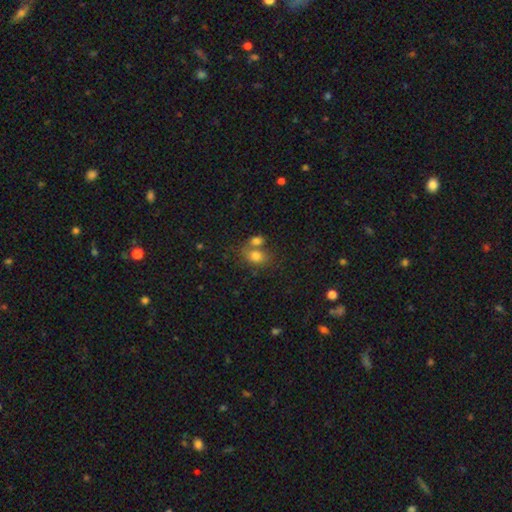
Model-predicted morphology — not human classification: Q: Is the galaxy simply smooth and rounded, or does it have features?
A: smooth — 77%.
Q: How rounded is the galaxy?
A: in between — 62%.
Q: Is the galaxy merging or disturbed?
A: none — 43%.